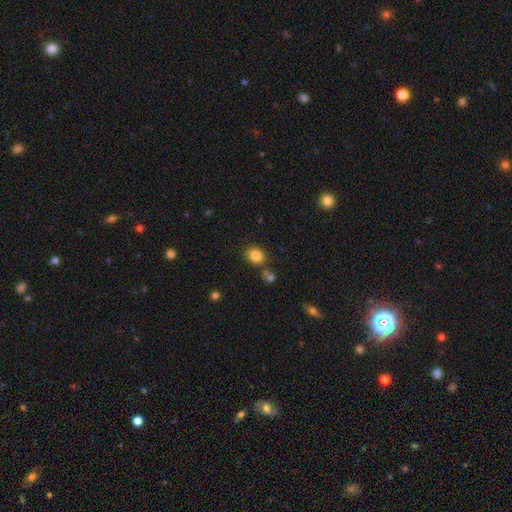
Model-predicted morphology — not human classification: smooth_or_featured: smooth (p=0.82) [alt: star or artifact p=0.11]
how_rounded: round (p=0.59) [alt: in between p=0.40]
merging: none (p=0.75) [alt: minor disturbance p=0.12]